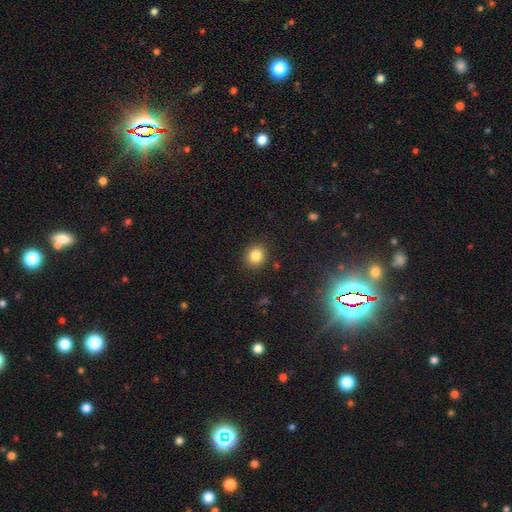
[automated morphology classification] A smooth galaxy with no disk features (84%) that is round (79%).

Vote fractions:
- Smooth or featured? smooth: 84% / star or artifact: 11% / featured or disk: 6%
- How rounded? round: 79% / in between: 20% / cigar-shaped: 1%
- Merging? none: 89% / minor disturbance: 7% / major disturbance: 2% / merger: 1%